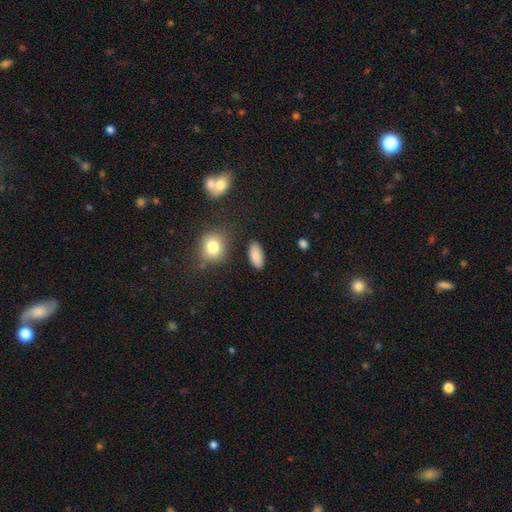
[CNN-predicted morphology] smooth-or-featured: smooth: 87% | star or artifact: 8% | featured or disk: 6%
  how-rounded: in between: 89% | cigar-shaped: 7% | round: 4%
  merging: none: 86% | minor disturbance: 9% | major disturbance: 3% | merger: 2%